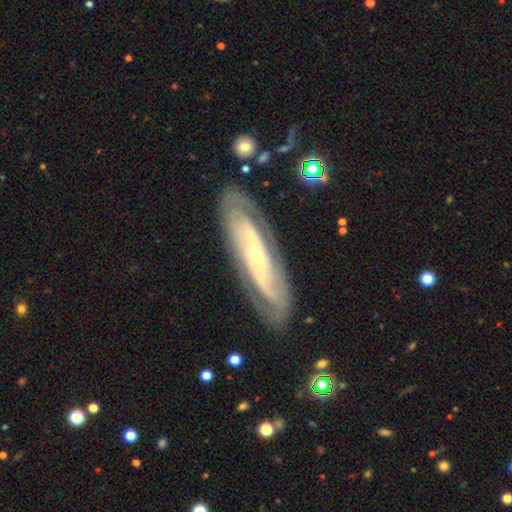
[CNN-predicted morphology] Smooth or featured? featured or disk (82%)
Edge-on disk? no (81%)
Bar? no (56%)
Spiral arms? yes (89%)
Spiral winding? tight (58%)
Spiral arm count? 2 (49%)
Bulge size? small (66%)
Merging? none (79%)